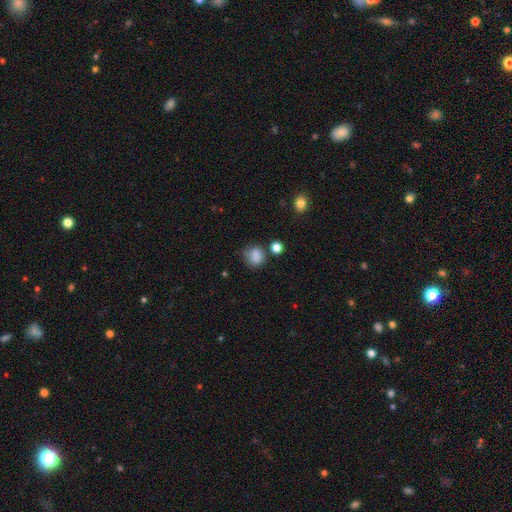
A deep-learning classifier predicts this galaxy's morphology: Overall: smooth (81%). How rounded: round (65%; in between 34%). Merging: none (58%; minor disturbance 24%).